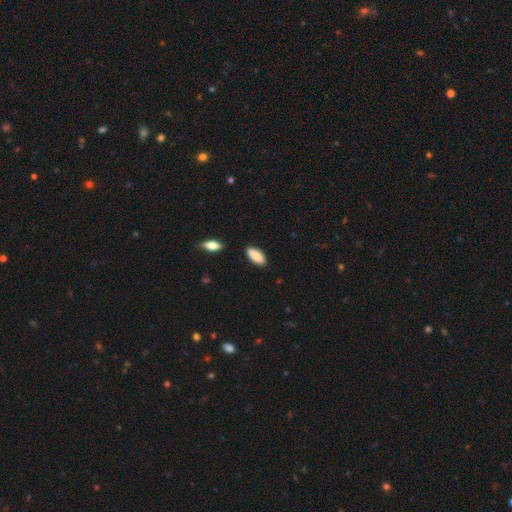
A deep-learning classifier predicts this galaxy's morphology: Smooth or featured?
  - smooth: 89% *
  - star or artifact: 6%
  - featured or disk: 6%
How rounded?
  - in between: 84% *
  - cigar-shaped: 14%
  - round: 2%
Merging?
  - none: 85% *
  - minor disturbance: 10%
  - merger: 2%
  - major disturbance: 2%